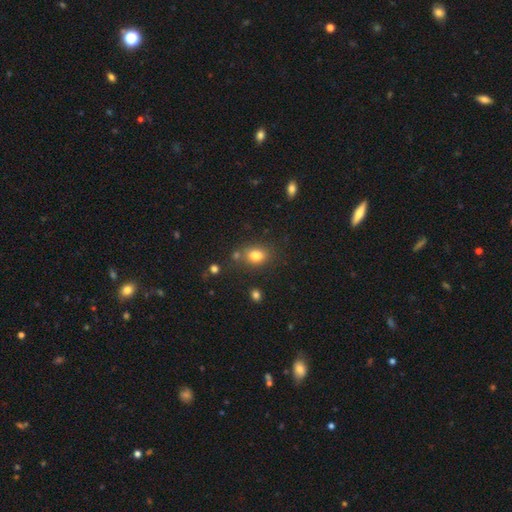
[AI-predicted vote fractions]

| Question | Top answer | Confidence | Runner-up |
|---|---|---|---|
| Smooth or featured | smooth | 80% | star or artifact (12%) |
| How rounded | in between | 61% | round (38%) |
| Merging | none | 71% | minor disturbance (13%) |